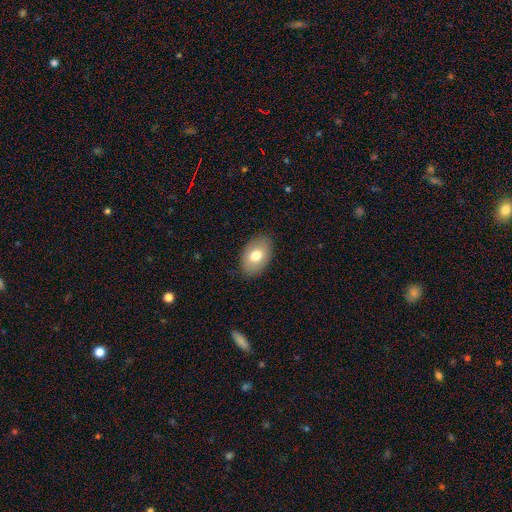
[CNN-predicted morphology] Smooth or featured? smooth (74%)
How rounded? in between (87%)
Merging? none (85%)